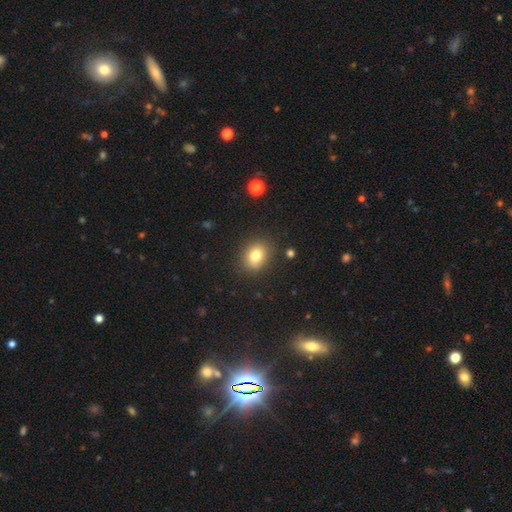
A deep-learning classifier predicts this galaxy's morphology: type=smooth (79%); roundness=round (55%); merging=none (85%).